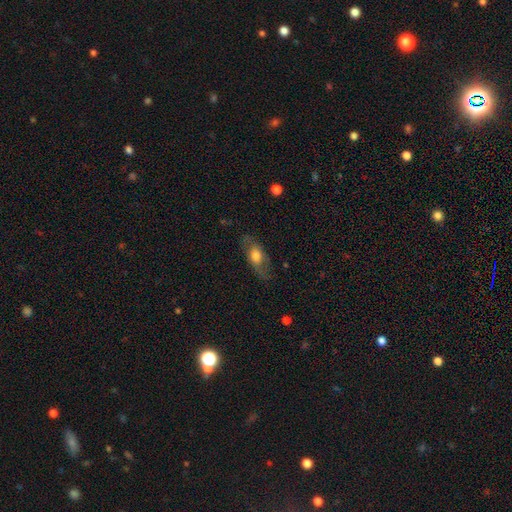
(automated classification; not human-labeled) Morphology: type=smooth (54%); roundness=in between (78%); merging=none (71%).